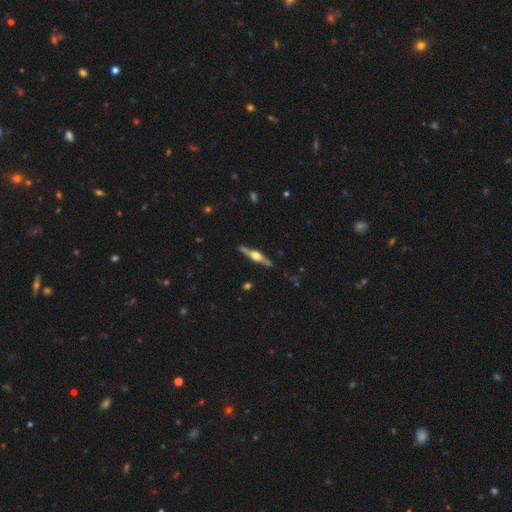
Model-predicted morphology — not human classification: type=featured or disk (77%); edge-on=yes (97%); edge-on bulge=rounded (87%); merging=none (82%).